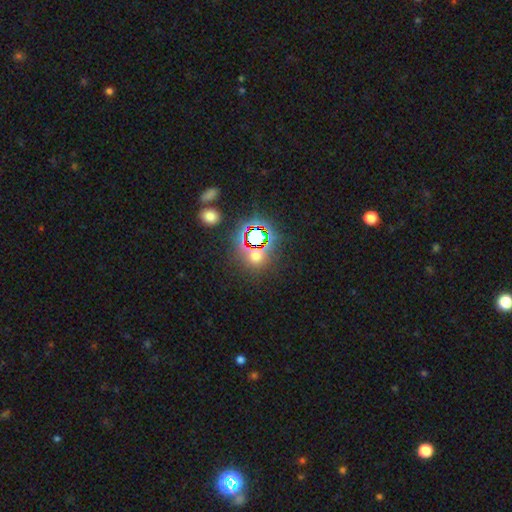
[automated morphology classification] star or artifact 55%, smooth 36%, featured or disk 9%.